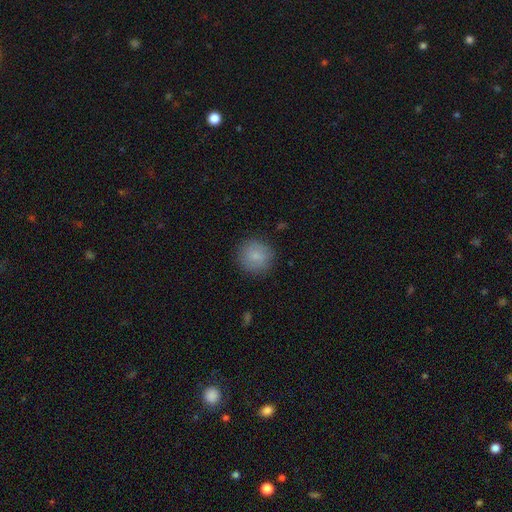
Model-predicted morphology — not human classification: smooth 85%, star or artifact 8%, featured or disk 8%. Down the decision tree: how rounded — round (92%); merging — none (88%).